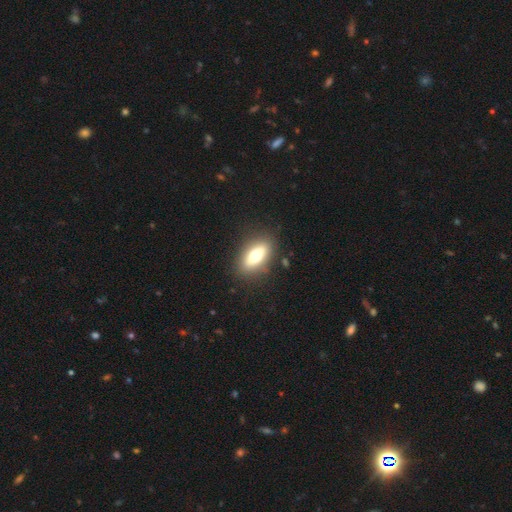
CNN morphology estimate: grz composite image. It shows a smooth galaxy with no disk features (68%) that is in between round and cigar-shaped (81%). Merging: none (85%).